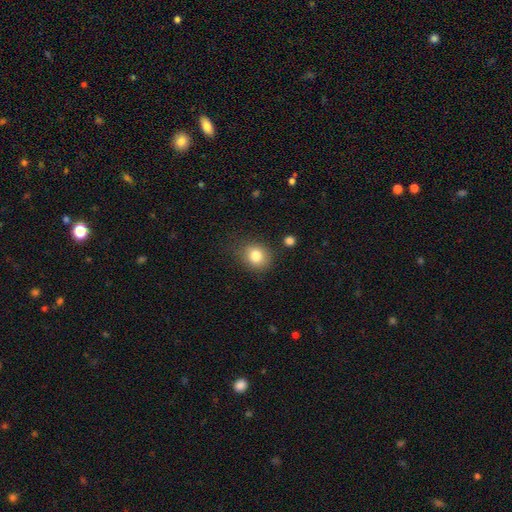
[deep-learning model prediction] Q: Smooth or featured?
A: smooth (81%); runner-up: star or artifact (10%)
Q: How rounded?
A: round (71%); runner-up: in between (28%)
Q: Merging?
A: none (77%); runner-up: minor disturbance (15%)